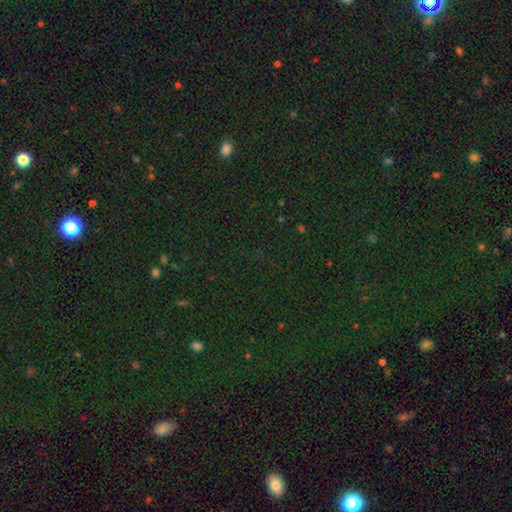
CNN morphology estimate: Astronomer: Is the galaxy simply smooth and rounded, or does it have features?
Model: star or artifact — 77%.